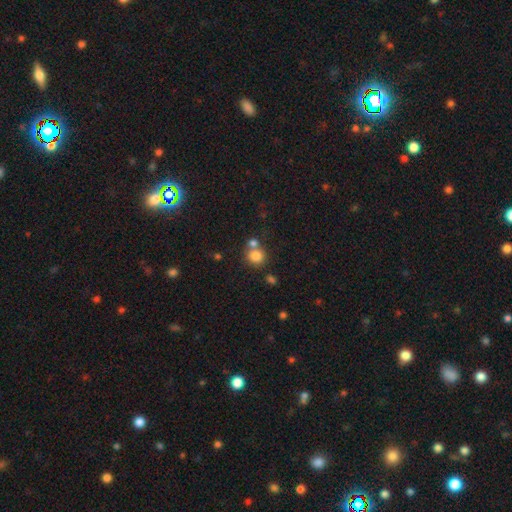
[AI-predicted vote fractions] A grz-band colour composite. It shows a smooth galaxy with no disk features (81%) that is round (86%). Merging: none (57%).